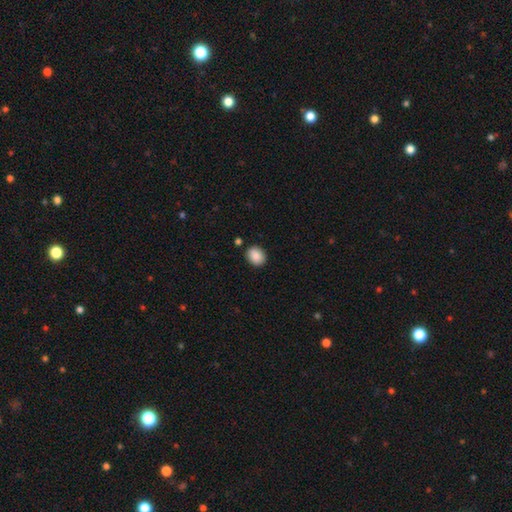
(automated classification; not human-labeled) This appears to be a smooth galaxy with no disk features (89%) that is round (53%). Merging: none (88%).